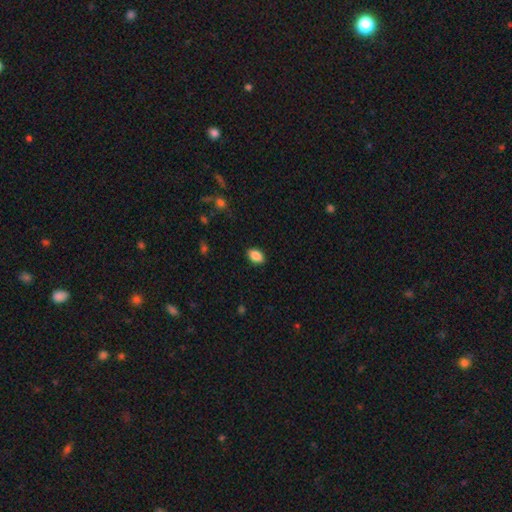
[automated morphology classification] A smooth galaxy with no disk features (88%) that is in between round and cigar-shaped (87%). Merging: none (88%).